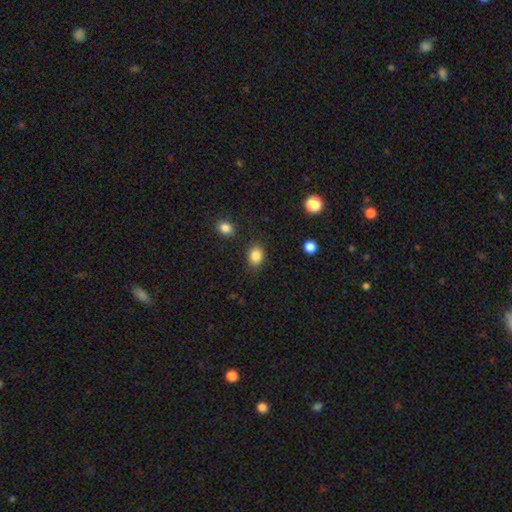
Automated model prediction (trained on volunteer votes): smooth_or_featured: smooth (p=0.86) [alt: star or artifact p=0.09]
how_rounded: in between (p=0.62) [alt: round p=0.37]
merging: none (p=0.82) [alt: minor disturbance p=0.12]